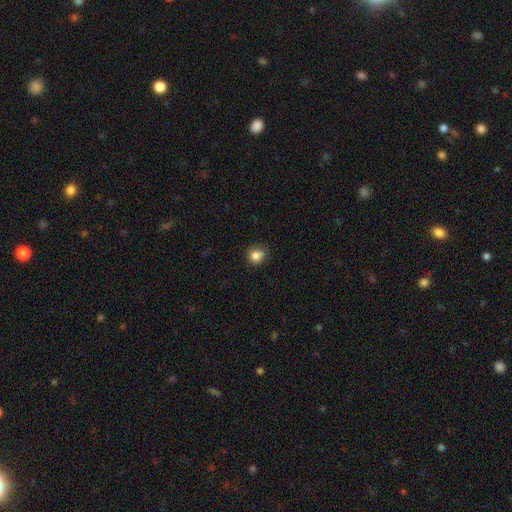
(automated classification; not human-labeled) Overall: smooth (84%). How rounded: round (81%). Merging: none (74%).